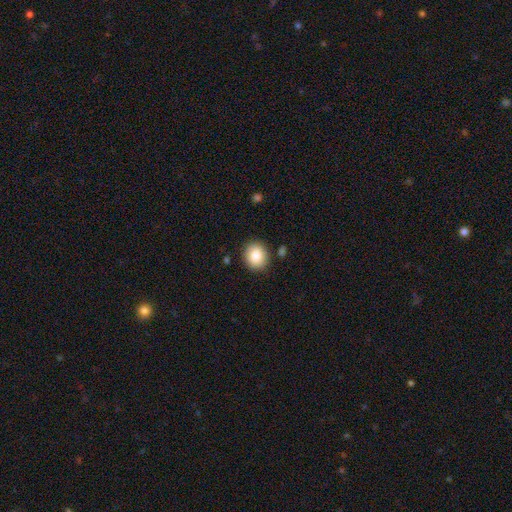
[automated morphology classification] This appears to be a smooth galaxy with no disk features (84%) that is round (73%). Merging: none (88%).